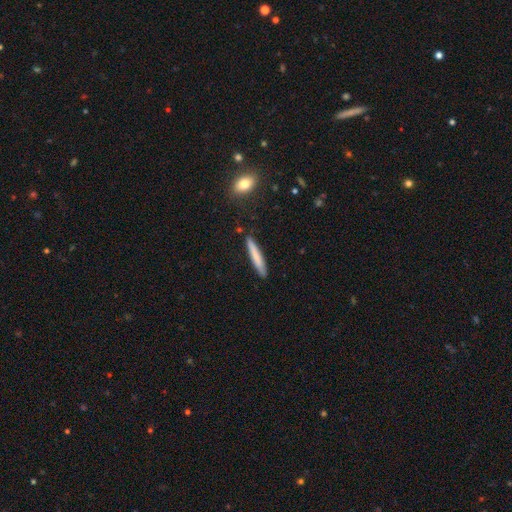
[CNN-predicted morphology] Q: Smooth or featured?
A: smooth (75%); runner-up: featured or disk (19%)
Q: How rounded?
A: cigar-shaped (94%); runner-up: in between (4%)
Q: Merging?
A: none (87%); runner-up: minor disturbance (9%)